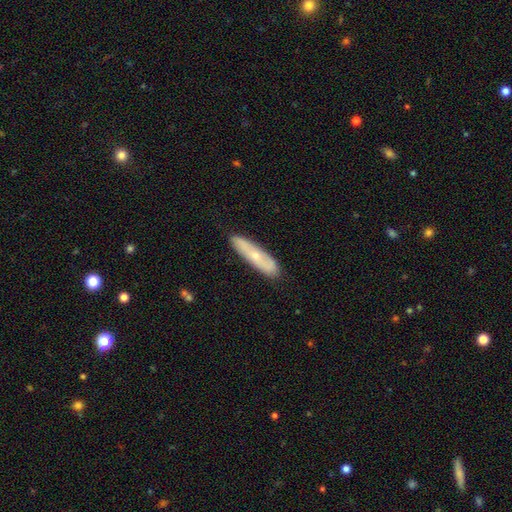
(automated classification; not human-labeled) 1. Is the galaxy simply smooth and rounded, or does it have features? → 47% featured or disk (tied), 47% smooth (tied), 7% star or artifact.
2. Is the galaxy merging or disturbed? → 85% none, 11% minor disturbance, 2% major disturbance, 1% merger.